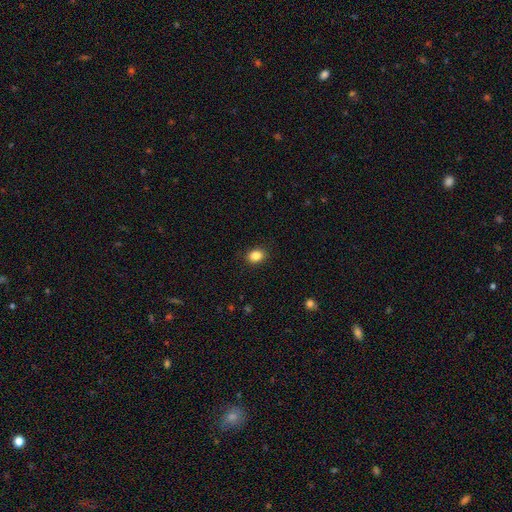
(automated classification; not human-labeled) Overall: smooth (86%). How rounded: in between (65%; round 34%). Merging: none (89%).